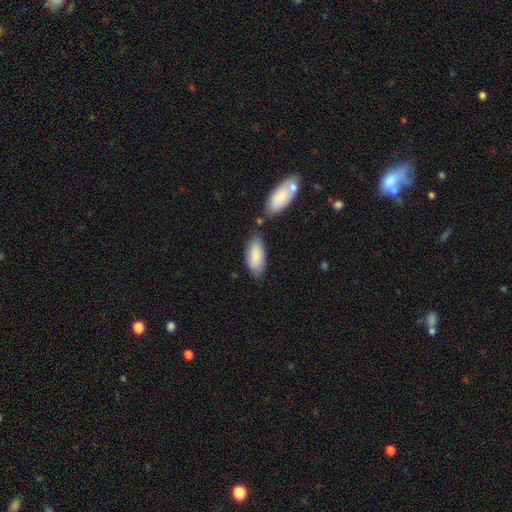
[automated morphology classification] Smooth or featured? smooth (86%)
How rounded? in between (85%)
Merging? none (63%)